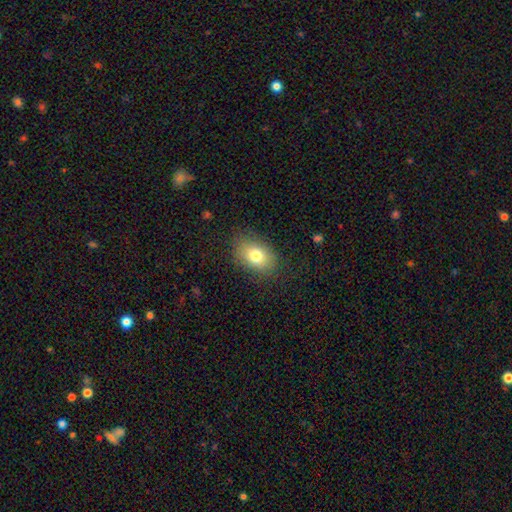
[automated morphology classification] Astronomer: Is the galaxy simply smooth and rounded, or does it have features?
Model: smooth — 77%.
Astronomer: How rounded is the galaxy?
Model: in between — 79%.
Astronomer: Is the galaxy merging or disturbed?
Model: none — 82%.